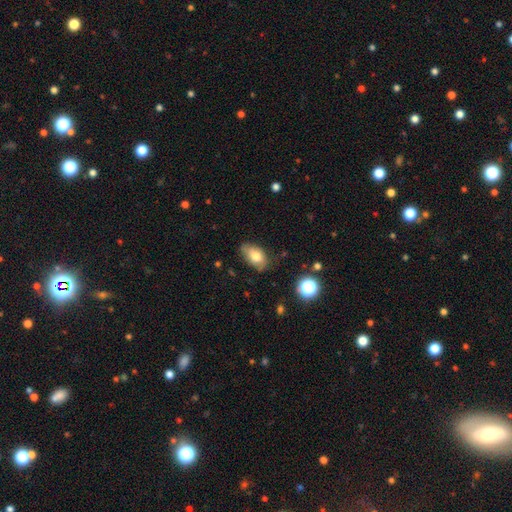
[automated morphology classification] This is likely a smooth galaxy (75%). How rounded: clearly in between (91%). Merging: likely none (66%).